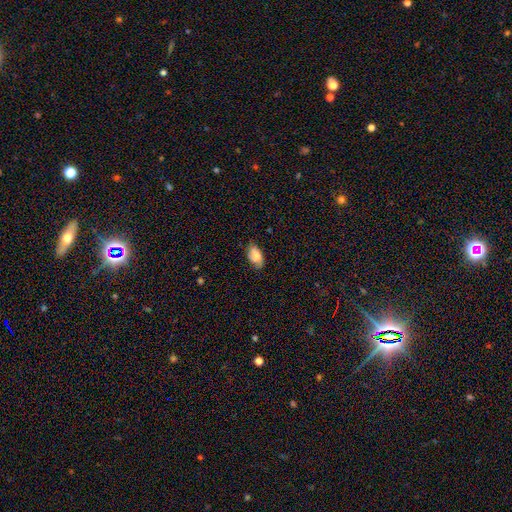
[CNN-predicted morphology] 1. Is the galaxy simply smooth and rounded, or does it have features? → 71% smooth, 20% featured or disk, 9% star or artifact.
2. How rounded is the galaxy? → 92% in between, 6% round, 2% cigar-shaped.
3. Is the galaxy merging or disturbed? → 67% none, 25% minor disturbance, 6% major disturbance, 1% merger.